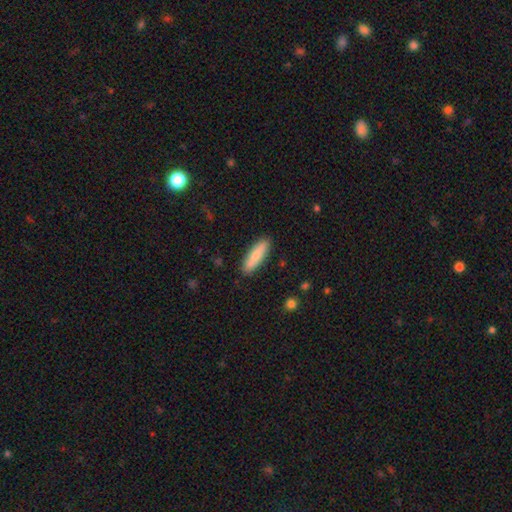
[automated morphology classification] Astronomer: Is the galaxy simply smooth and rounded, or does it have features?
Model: smooth — 78%.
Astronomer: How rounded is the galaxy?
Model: cigar-shaped — 66%.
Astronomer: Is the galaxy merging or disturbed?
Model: none — 88%.